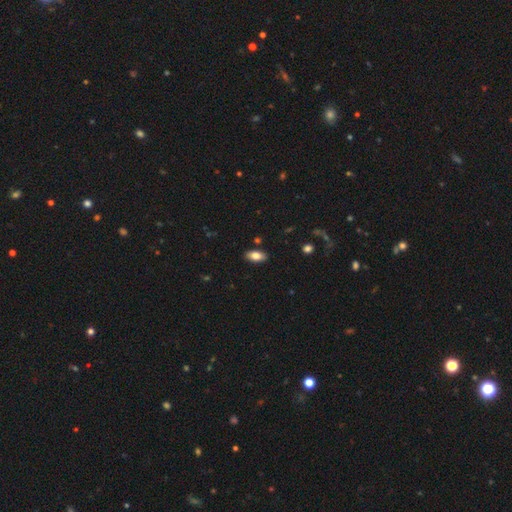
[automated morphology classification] This is likely a smooth galaxy (80%). How rounded: clearly in between (91%). Merging: clearly none (88%).